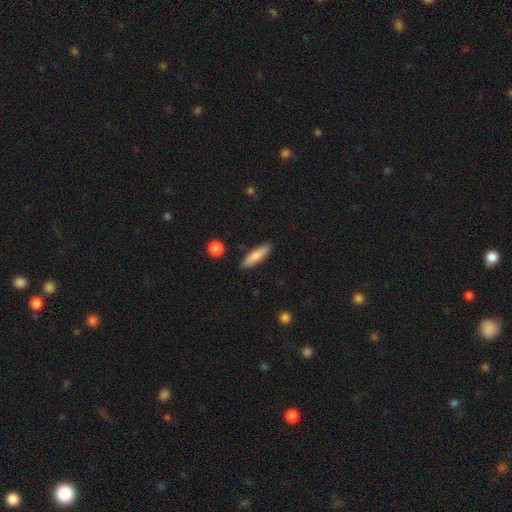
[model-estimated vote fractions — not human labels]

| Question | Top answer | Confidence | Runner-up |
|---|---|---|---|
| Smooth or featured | smooth | 81% | featured or disk (13%) |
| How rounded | cigar-shaped | 70% | in between (28%) |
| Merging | none | 88% | minor disturbance (8%) |